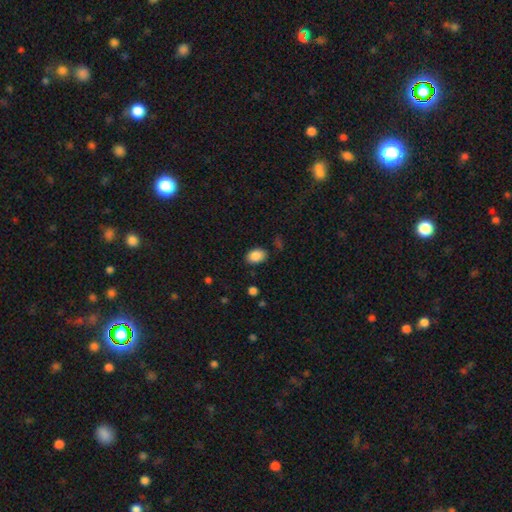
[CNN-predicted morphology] Overall: smooth (87%). How rounded: in between (83%). Merging: none (83%).